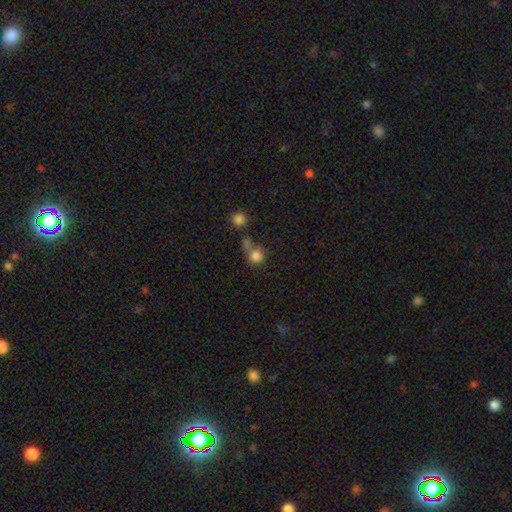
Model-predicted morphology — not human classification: Overall: smooth (80%). How rounded: round (85%). Merging: none (42%; merger 38%).